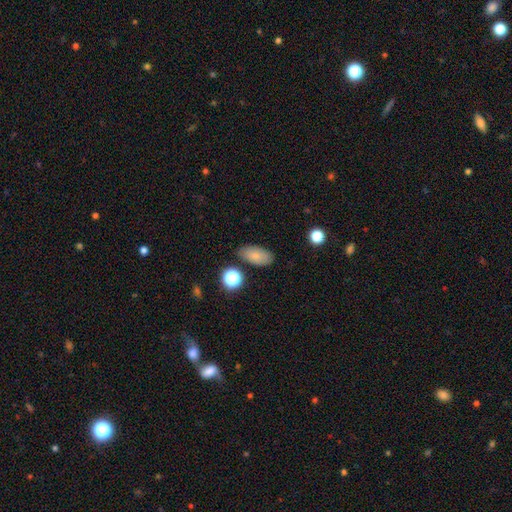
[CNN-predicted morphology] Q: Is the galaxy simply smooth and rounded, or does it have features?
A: smooth — 80%.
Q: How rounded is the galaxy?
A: in between — 91%.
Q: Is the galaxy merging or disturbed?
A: none — 81%.